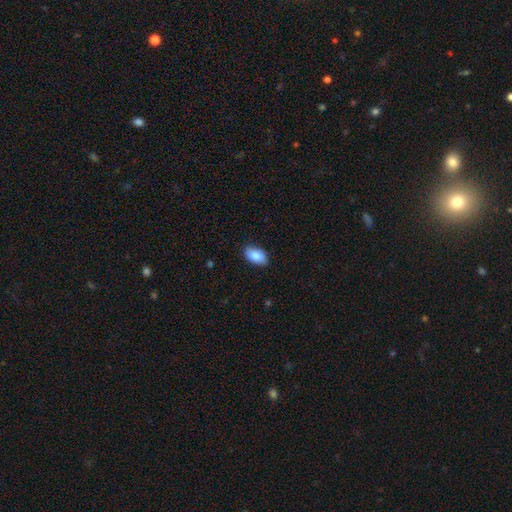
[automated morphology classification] This appears to be a smooth galaxy with no disk features (86%) that is in between round and cigar-shaped (94%). Merging: none (86%).